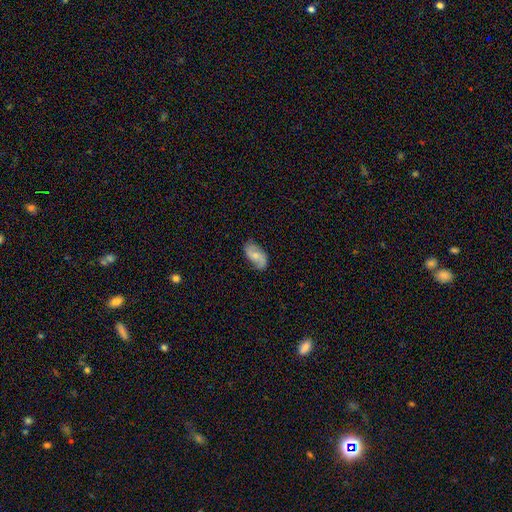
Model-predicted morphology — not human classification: smooth_or_featured: featured or disk (p=0.54) [alt: smooth p=0.39]
disk_edge_on: no (p=0.95) [alt: yes p=0.05]
bar: no (p=0.51) [alt: weak p=0.39]
has_spiral_arms: yes (p=0.90) [alt: no p=0.10]
bulge_size: small (p=0.49) [alt: moderate p=0.37]
merging: none (p=0.77) [alt: minor disturbance p=0.17]